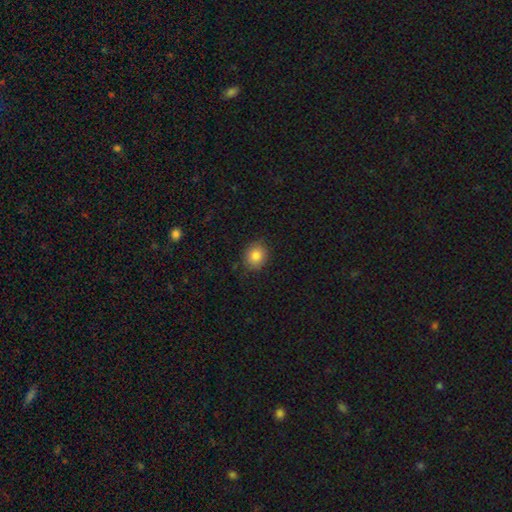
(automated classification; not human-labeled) smooth_or_featured: smooth (p=0.84) [alt: star or artifact p=0.10]
how_rounded: round (p=0.71) [alt: in between p=0.28]
merging: none (p=0.86) [alt: minor disturbance p=0.11]